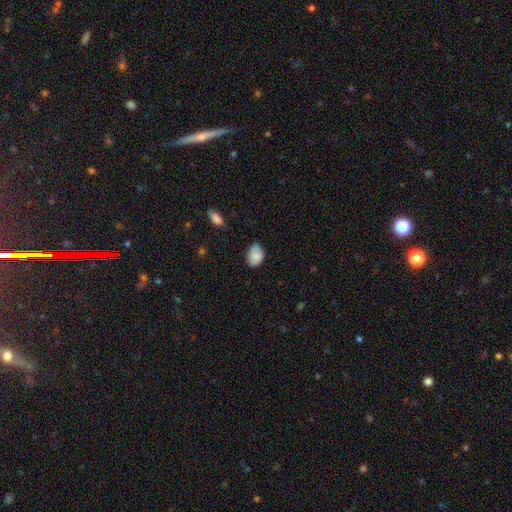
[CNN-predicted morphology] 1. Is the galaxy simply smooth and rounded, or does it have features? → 83% smooth, 10% featured or disk, 7% star or artifact.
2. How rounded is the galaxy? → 80% in between, 19% round, 1% cigar-shaped.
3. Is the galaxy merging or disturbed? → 68% none, 26% minor disturbance, 4% major disturbance, 2% merger.